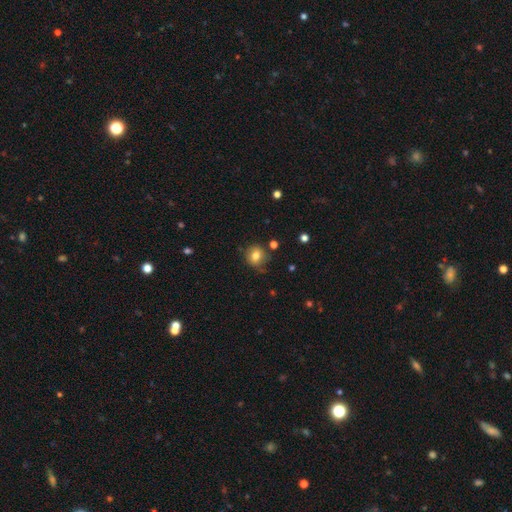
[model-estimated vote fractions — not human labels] Morphology: type=smooth (78%); roundness=round (80%); merging=none (75%).